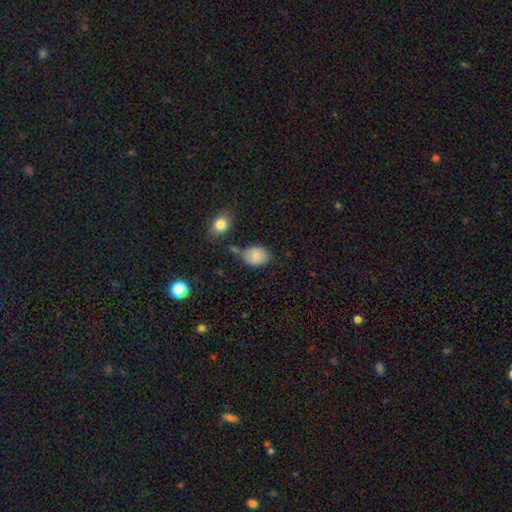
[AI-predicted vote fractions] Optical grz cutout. It shows a smooth galaxy with no disk features (80%) that is in between round and cigar-shaped (67%). Merging: none (54%).